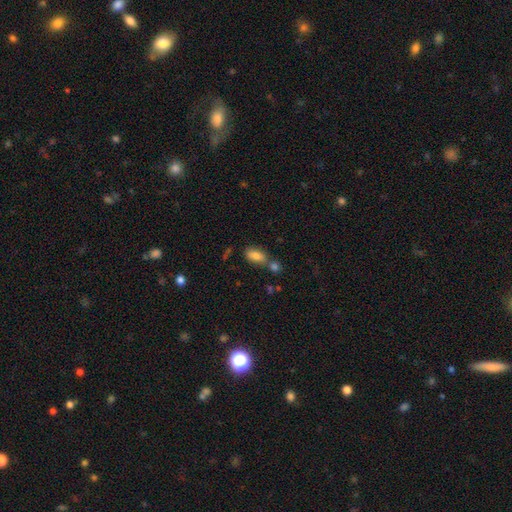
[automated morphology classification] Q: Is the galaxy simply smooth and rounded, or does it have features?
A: smooth — 82%.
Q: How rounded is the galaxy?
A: in between — 88%.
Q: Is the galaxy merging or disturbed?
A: none — 54%.